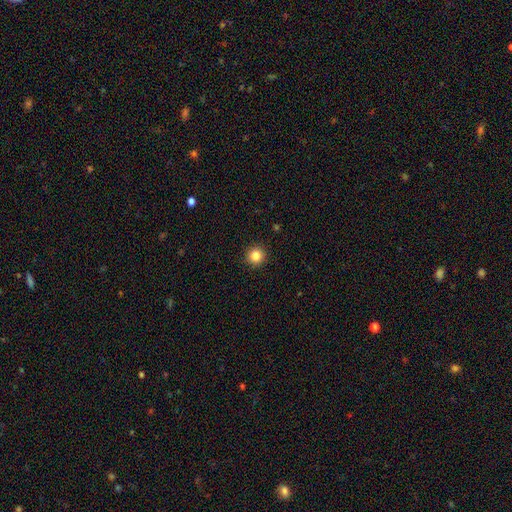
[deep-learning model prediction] This appears to be a smooth galaxy with no disk features (84%) that is round (95%). Merging: none (93%).